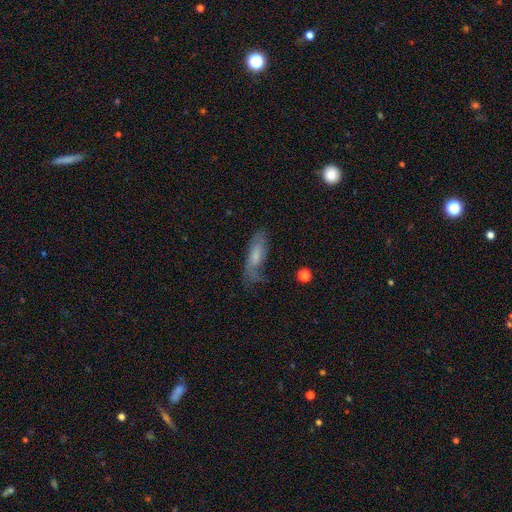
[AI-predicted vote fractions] The model was most divided on "how rounded": in between: 54%, cigar-shaped: 44%, round: 2%. More confident: smooth or featured — smooth (53%); merging — none (51%).